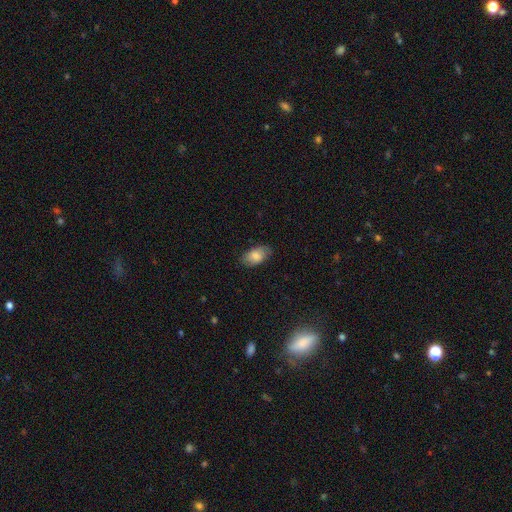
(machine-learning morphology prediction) Overall: smooth (81%). How rounded: in between (93%). Merging: none (80%).